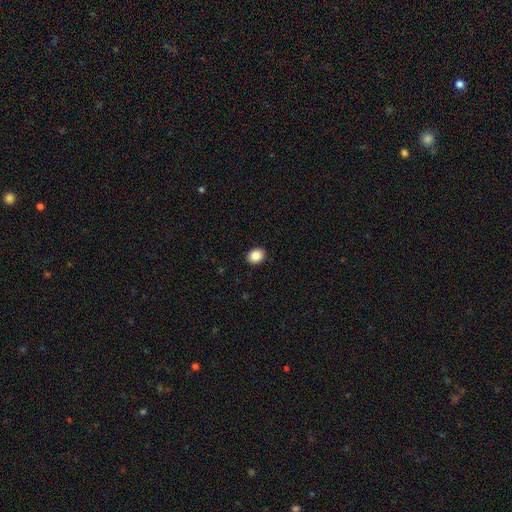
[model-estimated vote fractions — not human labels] smooth-or-featured: smooth: 86% | star or artifact: 9% | featured or disk: 5%
  how-rounded: round: 50% | in between: 49% | cigar-shaped: 1%
  merging: none: 91% | minor disturbance: 6% | major disturbance: 2% | merger: 1%